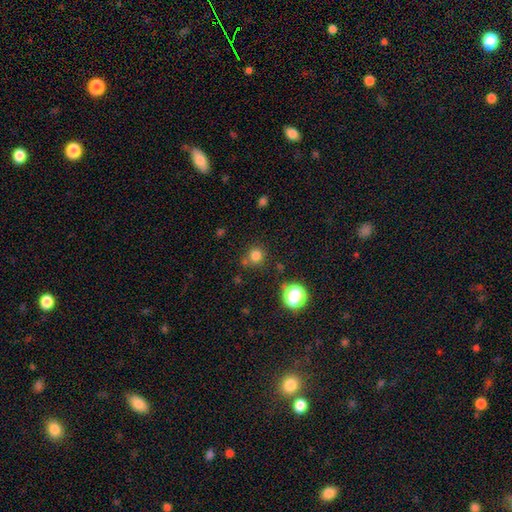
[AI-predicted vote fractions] Smooth or featured: smooth — 78% (star or artifact — 17%)
How rounded: round — 91% (in between — 8%)
Merging: none — 75% (minor disturbance — 11%)